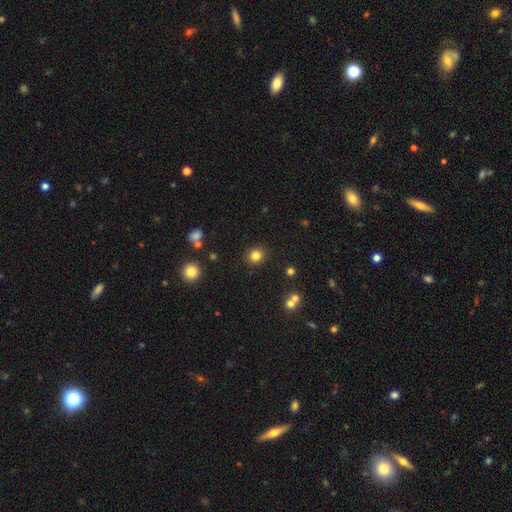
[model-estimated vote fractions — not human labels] Smooth or featured? Predicted: smooth (p=0.81). How rounded? Predicted: round (p=0.87). Merging? Predicted: none (p=0.89).